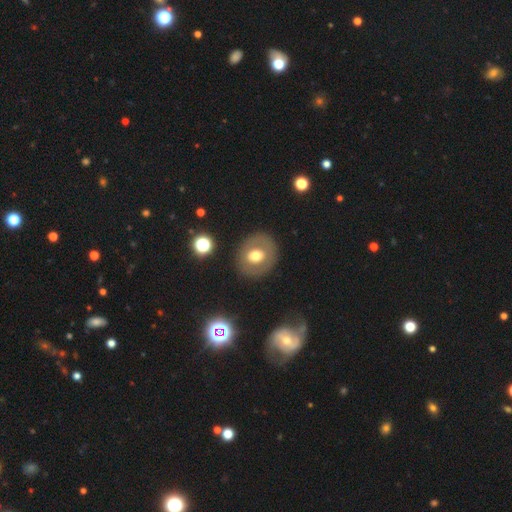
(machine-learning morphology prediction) Overall: smooth (56%; featured or disk 34%). How rounded: round (71%). Merging: none (85%).